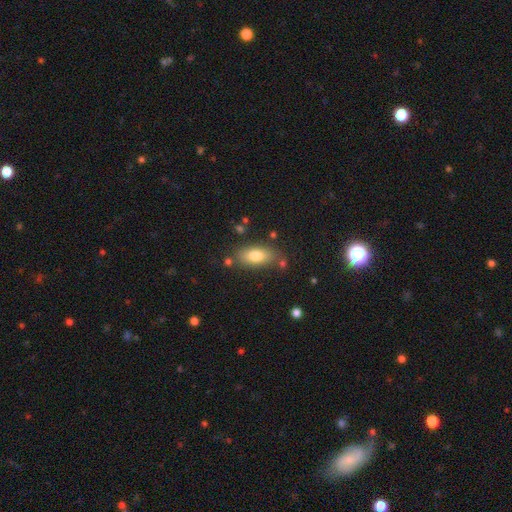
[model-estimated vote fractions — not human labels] A smooth galaxy with no disk features (78%) that is in between round and cigar-shaped (86%).

Vote fractions:
- Smooth or featured? smooth: 78% / featured or disk: 14% / star or artifact: 8%
- How rounded? in between: 86% / cigar-shaped: 10% / round: 4%
- Merging? none: 77% / minor disturbance: 14% / merger: 5% / major disturbance: 4%